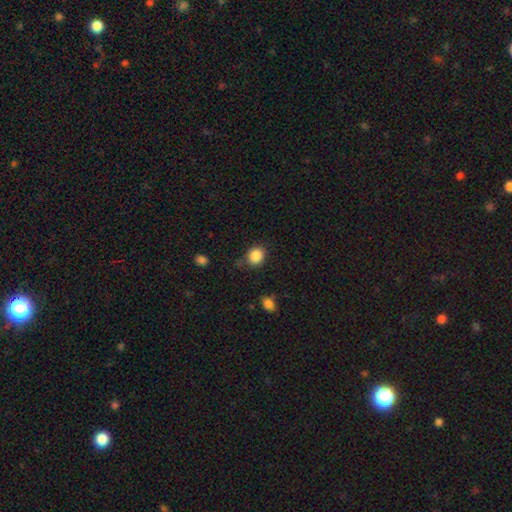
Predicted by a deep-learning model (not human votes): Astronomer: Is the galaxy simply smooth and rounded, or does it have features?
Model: smooth — 86%.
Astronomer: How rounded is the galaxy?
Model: round — 66%.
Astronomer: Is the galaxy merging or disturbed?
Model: none — 75%.